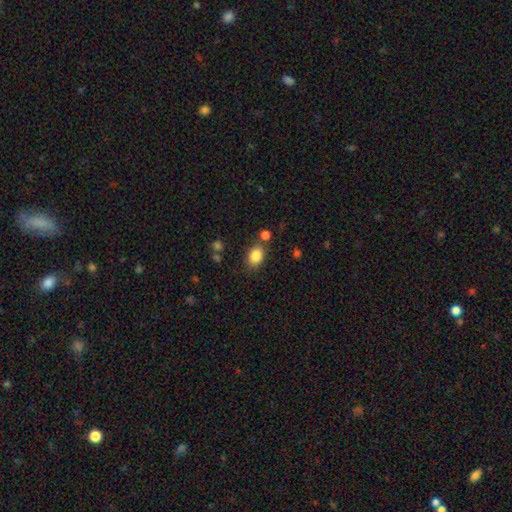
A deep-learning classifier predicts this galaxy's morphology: smooth-or-featured: smooth: 85% | star or artifact: 9% | featured or disk: 5%
  how-rounded: in between: 70% | round: 28% | cigar-shaped: 1%
  merging: none: 74% | minor disturbance: 13% | merger: 9% | major disturbance: 4%